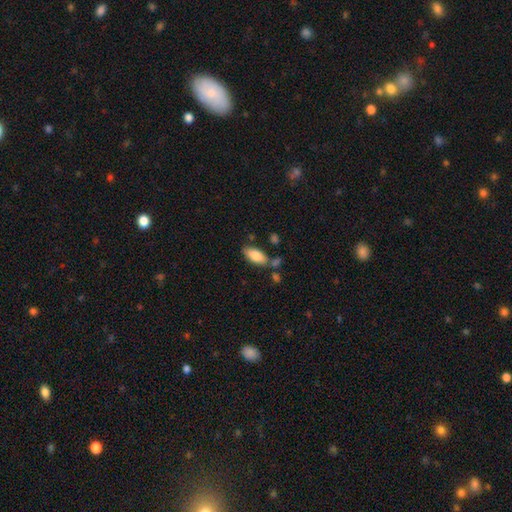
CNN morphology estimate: smooth-or-featured: smooth: 81% | featured or disk: 13% | star or artifact: 7%
  how-rounded: in between: 86% | cigar-shaped: 12% | round: 2%
  merging: none: 71% | minor disturbance: 15% | merger: 10% | major disturbance: 4%